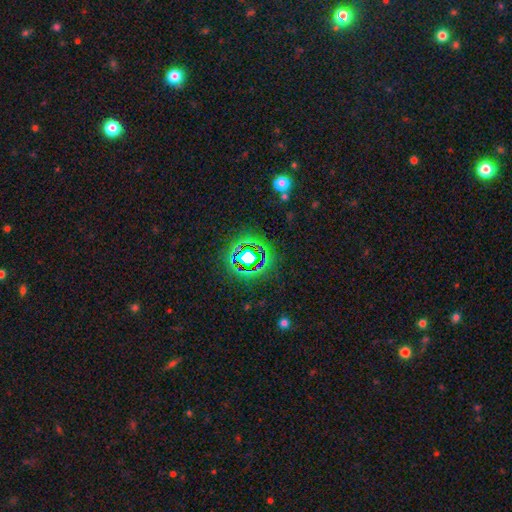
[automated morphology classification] smooth_or_featured: star or artifact (p=0.69) [alt: smooth p=0.20]